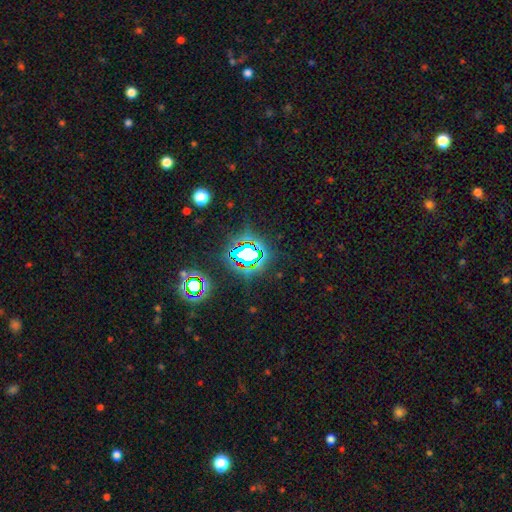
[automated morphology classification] smooth-or-featured: star or artifact: 73% | smooth: 16% | featured or disk: 11%